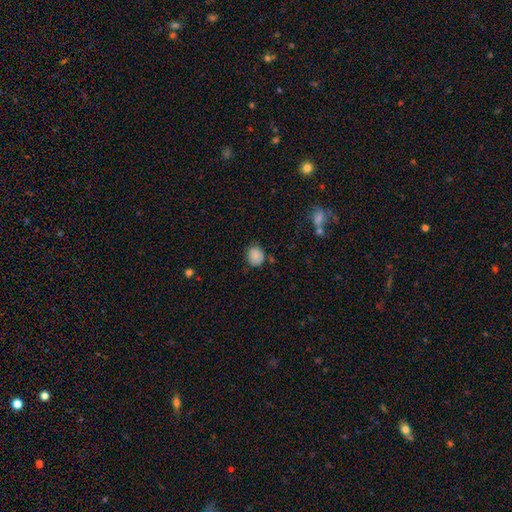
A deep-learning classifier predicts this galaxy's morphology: This appears to be a smooth galaxy with no disk features (82%) that is round (69%). Merging: none (72%).